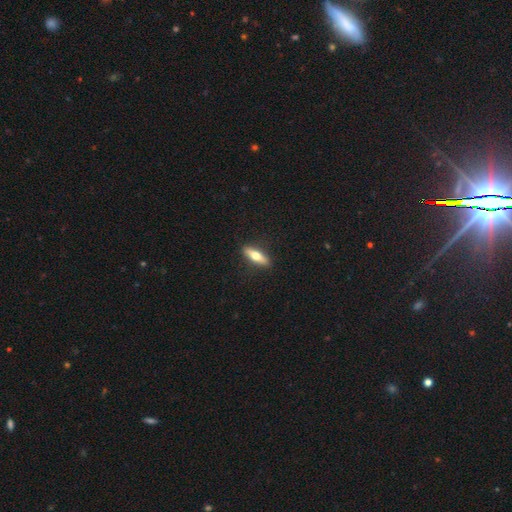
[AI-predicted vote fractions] Smooth or featured? Predicted: smooth (p=0.54). How rounded? Predicted: cigar-shaped (p=0.62). Merging? Predicted: none (p=0.89).